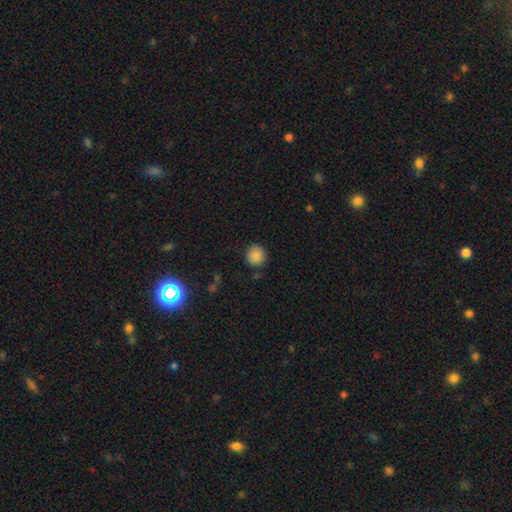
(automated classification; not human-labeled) Smooth or featured? smooth (87%)
How rounded? round (91%)
Merging? none (86%)